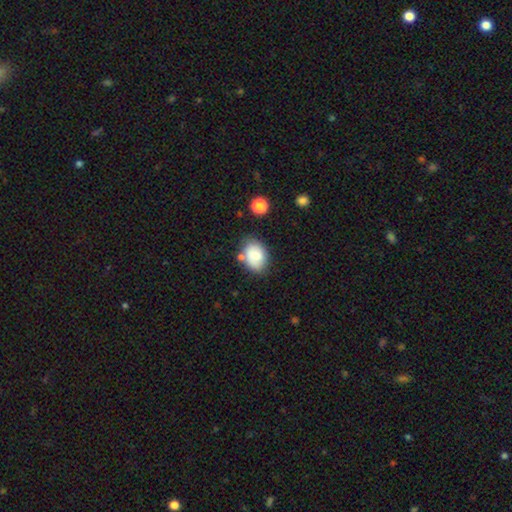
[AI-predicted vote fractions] Smooth or featured: smooth — 73% (featured or disk — 18%)
How rounded: in between — 76% (round — 23%)
Merging: none — 68% (minor disturbance — 20%)